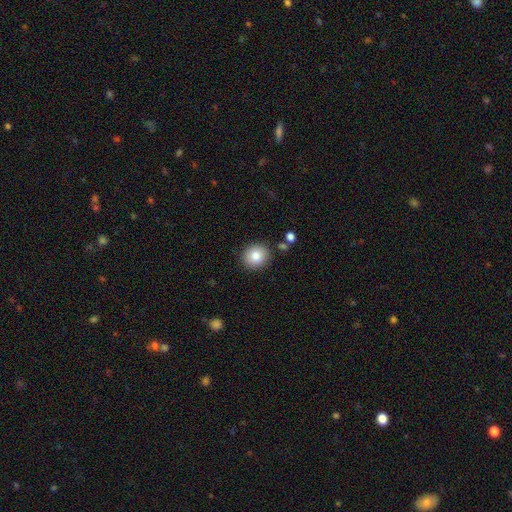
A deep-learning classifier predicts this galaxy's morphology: A smooth galaxy with no disk features (83%) that is round (79%).

Vote fractions:
- Smooth or featured? smooth: 83% / star or artifact: 9% / featured or disk: 8%
- How rounded? round: 79% / in between: 20% / cigar-shaped: 1%
- Merging? none: 87% / minor disturbance: 8% / merger: 3% / major disturbance: 2%